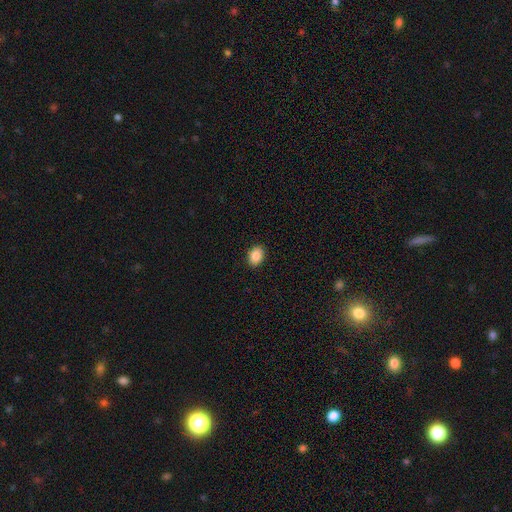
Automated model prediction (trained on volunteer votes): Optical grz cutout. It shows a smooth galaxy with no disk features (86%) that is in between round and cigar-shaped (74%). Merging: none (90%).